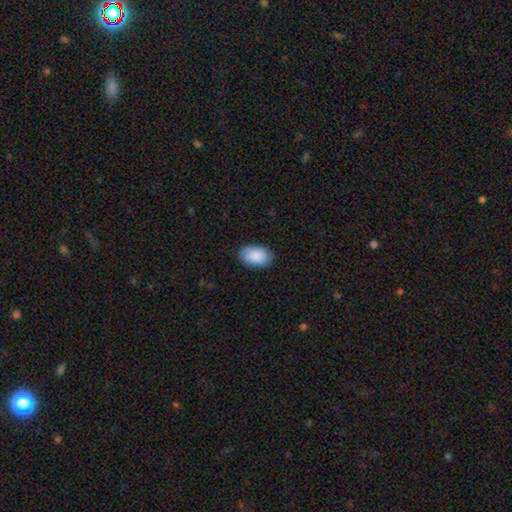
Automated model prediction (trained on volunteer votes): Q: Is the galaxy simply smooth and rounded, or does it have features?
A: smooth — 90%.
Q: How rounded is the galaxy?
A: in between — 93%.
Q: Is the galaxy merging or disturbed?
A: none — 87%.